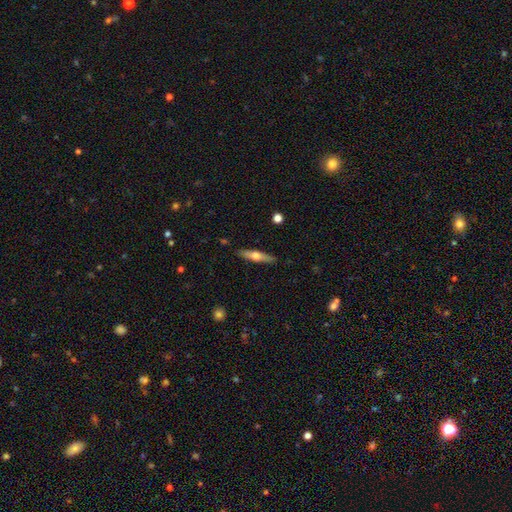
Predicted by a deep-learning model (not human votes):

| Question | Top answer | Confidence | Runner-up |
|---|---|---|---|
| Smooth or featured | featured or disk | 50% | smooth (44%) |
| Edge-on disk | yes | 91% | no (9%) |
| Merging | none | 89% | minor disturbance (8%) |